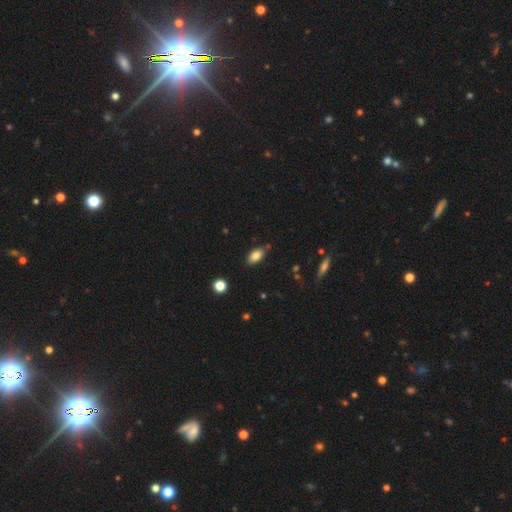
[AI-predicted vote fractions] Smooth or featured? smooth (83%)
How rounded? in between (91%)
Merging? none (79%)